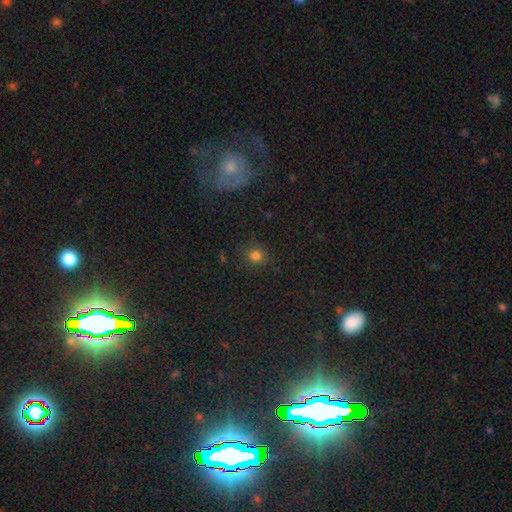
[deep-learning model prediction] smooth_or_featured: smooth (p=0.77) [alt: star or artifact p=0.18]
how_rounded: round (p=0.82) [alt: in between p=0.17]
merging: none (p=0.83) [alt: minor disturbance p=0.11]